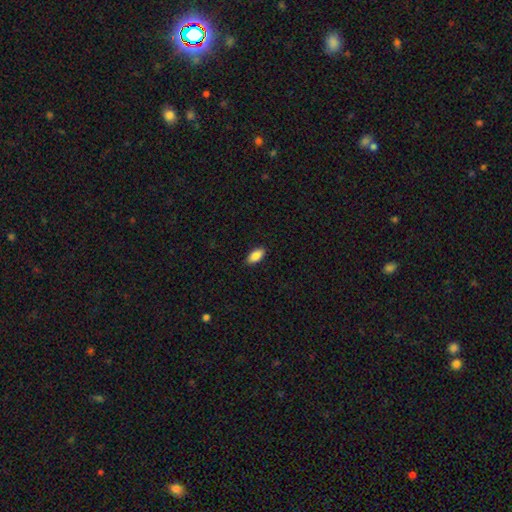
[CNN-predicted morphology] A smooth galaxy with no disk features (88%) that is in between round and cigar-shaped (91%).

Vote fractions:
- Smooth or featured? smooth: 88% / star or artifact: 7% / featured or disk: 6%
- How rounded? in between: 91% / cigar-shaped: 7% / round: 2%
- Merging? none: 89% / minor disturbance: 9% / major disturbance: 2% / merger: 1%